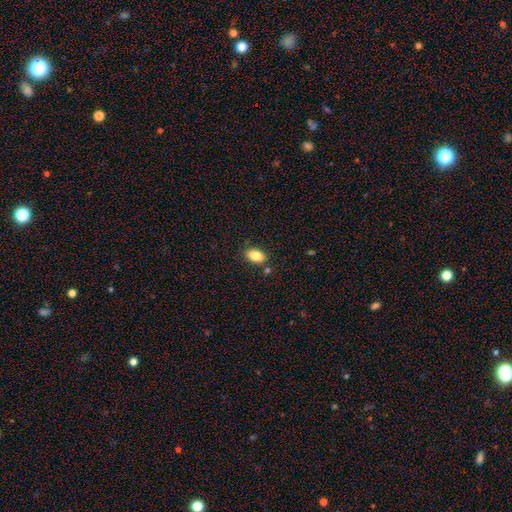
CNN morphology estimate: Smooth or featured? smooth (85%)
How rounded? in between (91%)
Merging? none (83%)